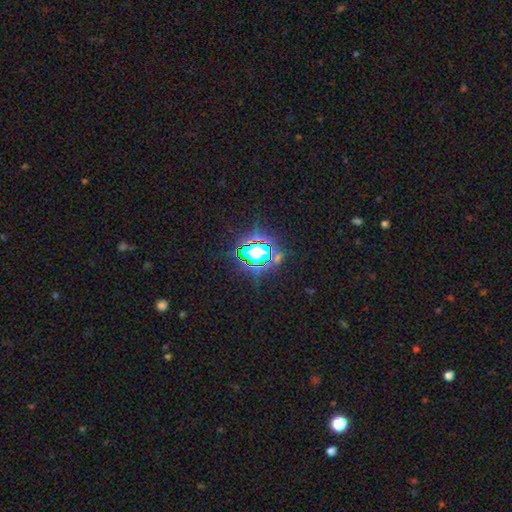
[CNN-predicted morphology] Overall: star or artifact (78%).